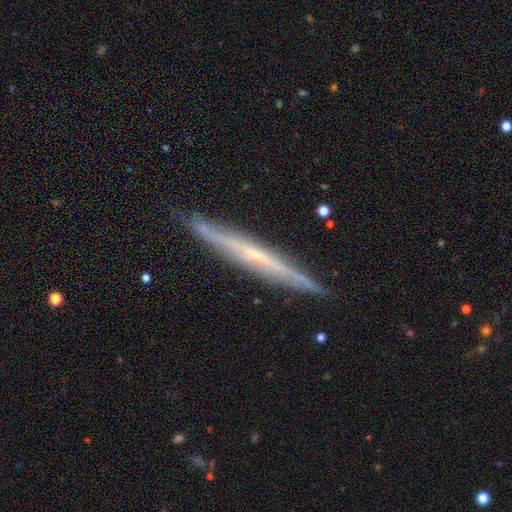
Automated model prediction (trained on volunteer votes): Smooth or featured?
  - featured or disk: 71% *
  - smooth: 23%
  - star or artifact: 6%
Edge-on disk?
  - yes: 95% *
  - no: 5%
Edge-on bulge?
  - none: 66% *
  - rounded: 29%
  - boxy: 6%
Merging?
  - none: 87% *
  - minor disturbance: 10%
  - major disturbance: 2%
  - merger: 1%